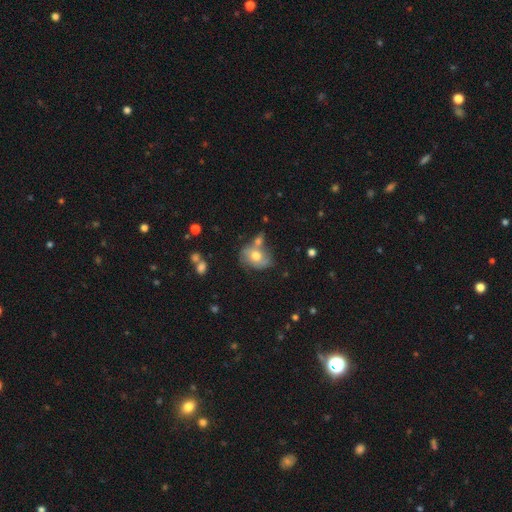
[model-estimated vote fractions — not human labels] Morphology: type=smooth (57%); roundness=in between (64%); merging=none (42%).